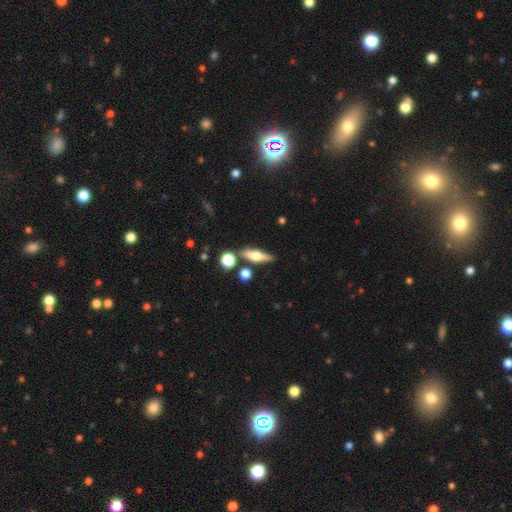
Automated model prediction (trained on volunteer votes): smooth-or-featured: featured or disk: 54% | smooth: 38% | star or artifact: 8%
  disk-edge-on: yes: 92% | no: 8%
  merging: none: 77% | minor disturbance: 11% | merger: 9% | major disturbance: 3%